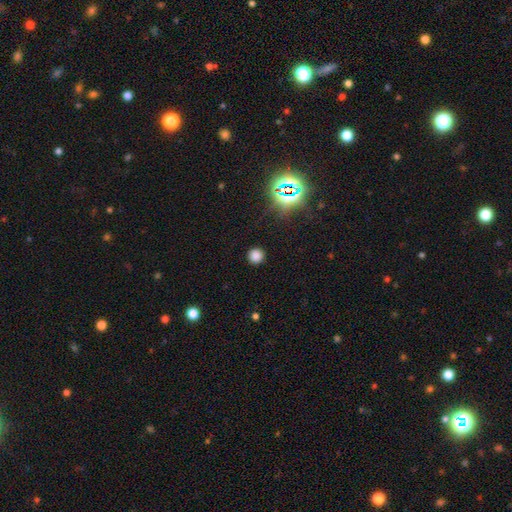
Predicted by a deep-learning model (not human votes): The model was most divided on "smooth or featured": smooth: 77%, star or artifact: 19%, featured or disk: 4%. More confident: how rounded — round (93%); merging — none (90%).